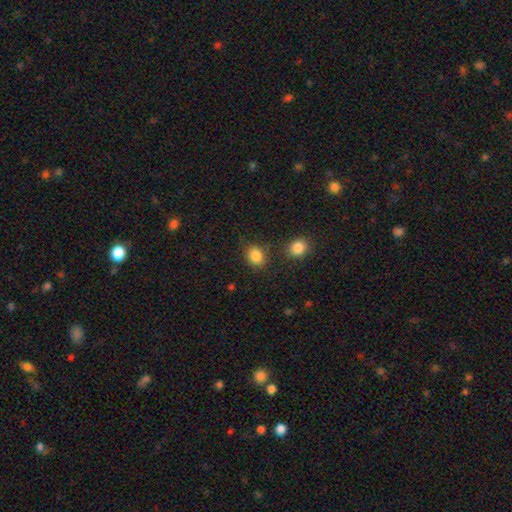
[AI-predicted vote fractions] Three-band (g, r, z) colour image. It shows a smooth galaxy with no disk features (86%) that is round (57%). Merging: none (76%).